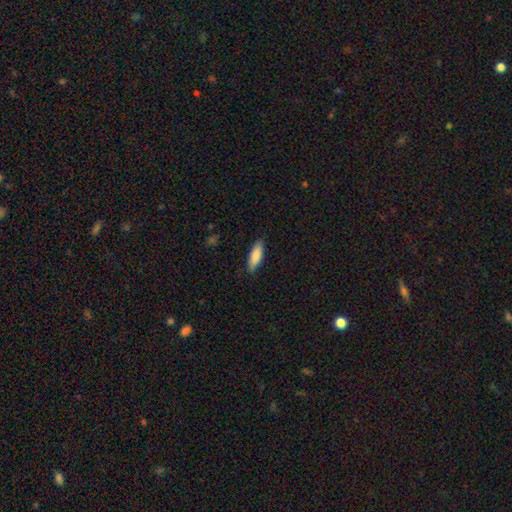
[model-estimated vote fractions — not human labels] Smooth or featured? smooth (85%)
How rounded? in between (51%)
Merging? none (87%)